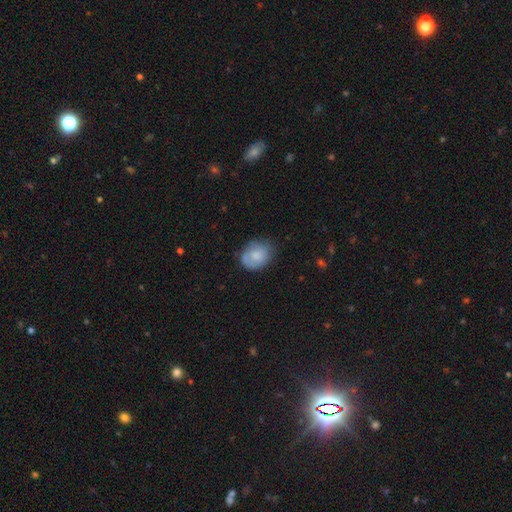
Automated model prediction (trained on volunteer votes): A smooth galaxy with no disk features (71%) that is round (52%). Merging: none (67%).